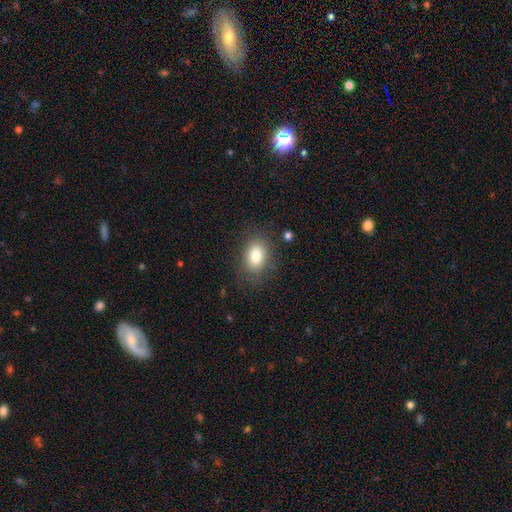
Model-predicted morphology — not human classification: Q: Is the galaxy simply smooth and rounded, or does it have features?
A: smooth — 81%.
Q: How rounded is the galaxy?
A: in between — 76%.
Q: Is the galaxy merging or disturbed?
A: none — 81%.